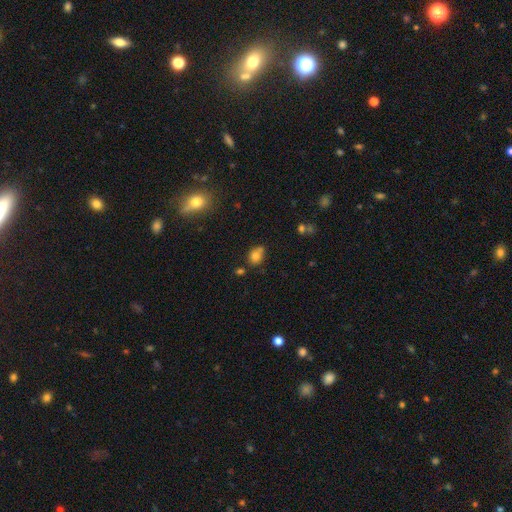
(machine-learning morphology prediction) Smooth or featured? Predicted: smooth (p=0.78). How rounded? Predicted: in between (p=0.62). Merging? Predicted: none (p=0.56).